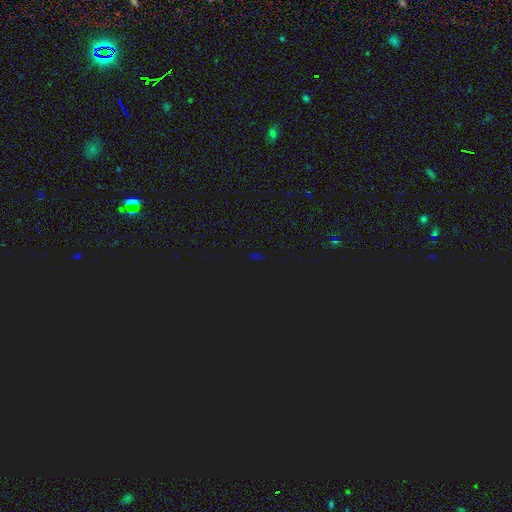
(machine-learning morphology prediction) Overall: star or artifact (76%).